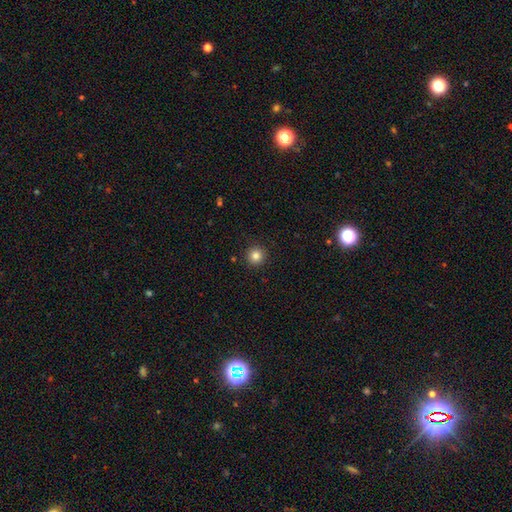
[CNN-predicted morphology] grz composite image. It shows a smooth galaxy with no disk features (83%) that is round (95%). Merging: none (92%).